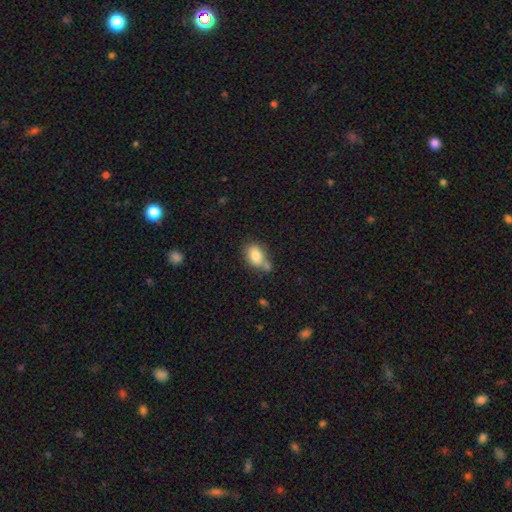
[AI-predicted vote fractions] Overall: smooth (81%). How rounded: in between (81%). Merging: none (47%; merger 25%).